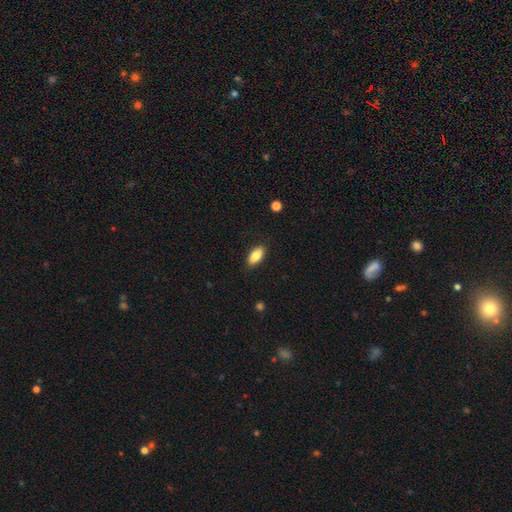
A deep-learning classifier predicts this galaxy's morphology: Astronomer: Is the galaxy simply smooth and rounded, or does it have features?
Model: smooth — 85%.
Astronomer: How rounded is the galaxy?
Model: in between — 89%.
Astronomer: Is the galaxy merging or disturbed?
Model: none — 87%.